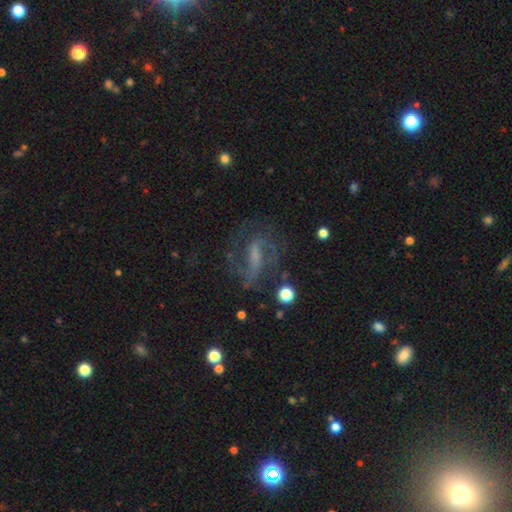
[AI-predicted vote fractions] Smooth or featured?
  - featured or disk: 75% *
  - smooth: 13%
  - star or artifact: 11%
Edge-on disk?
  - no: 93% *
  - yes: 7%
Bar?
  - strong: 43% *
  - weak: 40%
  - no: 17%
Spiral arms?
  - yes: 88% *
  - no: 12%
Spiral winding?
  - medium: 47% *
  - loose: 33%
  - tight: 20%
Spiral arm count?
  - 2: 69% *
  - can't tell: 15%
  - 3: 6%
  - 1: 5%
  - 4: 3%
  - more than 4: 2%
Bulge size?
  - none: 36% * (tied)
  - small: 36% * (tied)
  - moderate: 22%
  - large: 5%
  - dominant: 1%
Merging?
  - none: 60% *
  - major disturbance: 20%
  - minor disturbance: 17%
  - merger: 3%